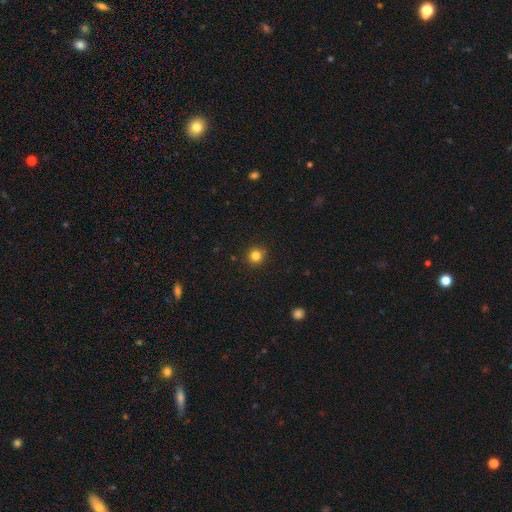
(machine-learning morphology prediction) Smooth or featured? smooth (83%)
How rounded? round (94%)
Merging? none (92%)